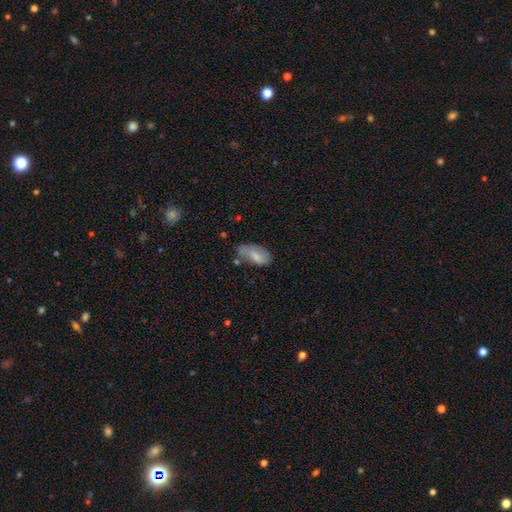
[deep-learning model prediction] Smooth or featured?
  - smooth: 69% *
  - featured or disk: 23%
  - star or artifact: 8%
How rounded?
  - in between: 90% *
  - cigar-shaped: 6%
  - round: 4%
Merging?
  - none: 43% *
  - minor disturbance: 34%
  - major disturbance: 15%
  - merger: 8%